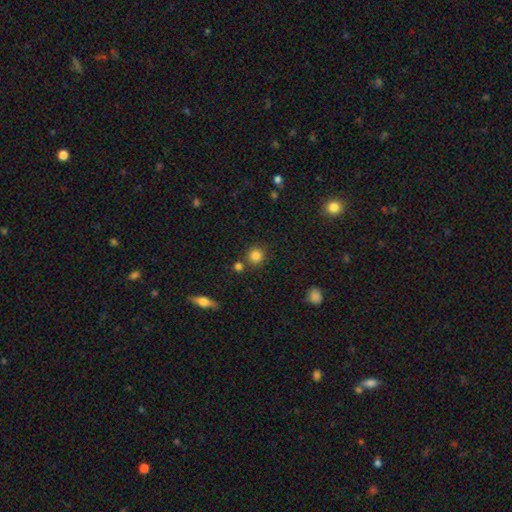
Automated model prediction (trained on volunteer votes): Smooth or featured? smooth (83%)
How rounded? round (91%)
Merging? none (77%)